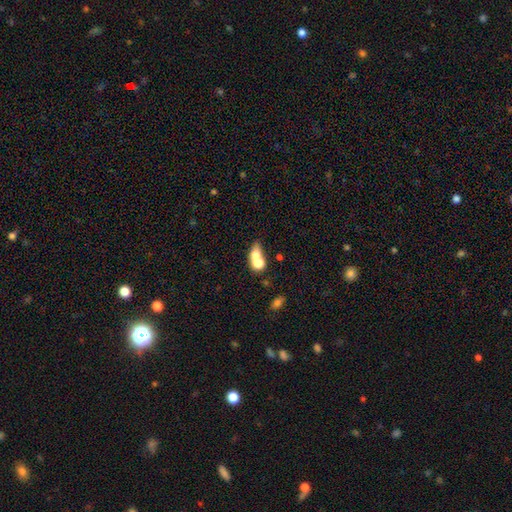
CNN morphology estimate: smooth-or-featured: smooth: 68% | featured or disk: 21% | star or artifact: 11%
  how-rounded: in between: 54% | round: 41% | cigar-shaped: 5%
  merging: merger: 63% | none: 25% | minor disturbance: 7% | major disturbance: 5%